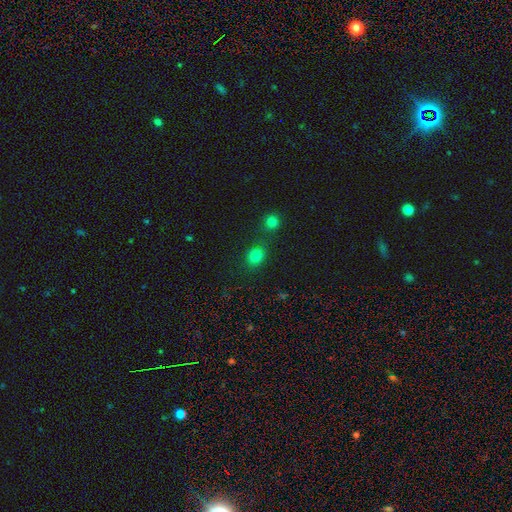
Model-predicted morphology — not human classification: A smooth galaxy with no disk features (79%) that is round (60%).

Vote fractions:
- Smooth or featured? smooth: 79% / star or artifact: 15% / featured or disk: 5%
- How rounded? round: 60% / in between: 38% / cigar-shaped: 1%
- Merging? none: 71% / merger: 13% / minor disturbance: 11% / major disturbance: 4%